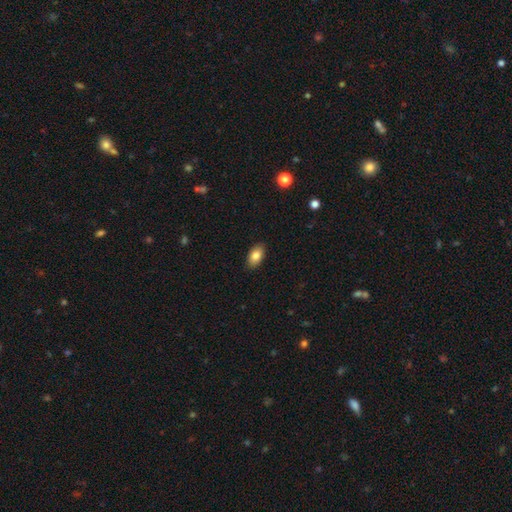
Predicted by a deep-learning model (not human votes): This is clearly a smooth galaxy (84%). How rounded: clearly in between (93%). Merging: clearly none (88%).